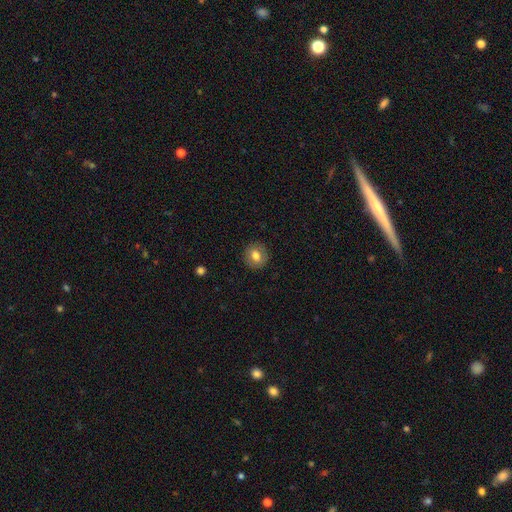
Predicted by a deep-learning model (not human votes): Morphology: type=smooth (76%); roundness=round (85%); merging=none (89%).